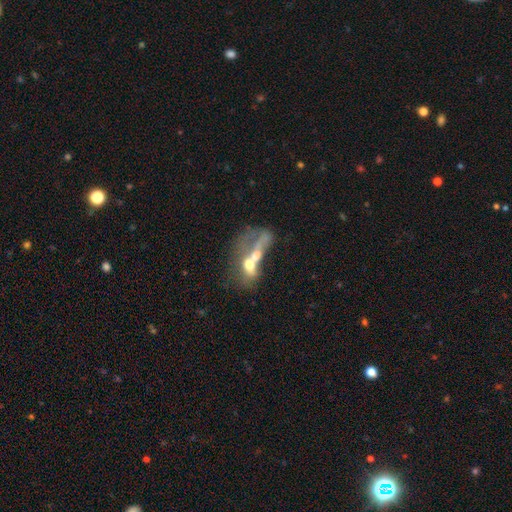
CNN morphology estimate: Smooth or featured: smooth — 46% (featured or disk — 42%)
Merging: merger — 66% (major disturbance — 19%)